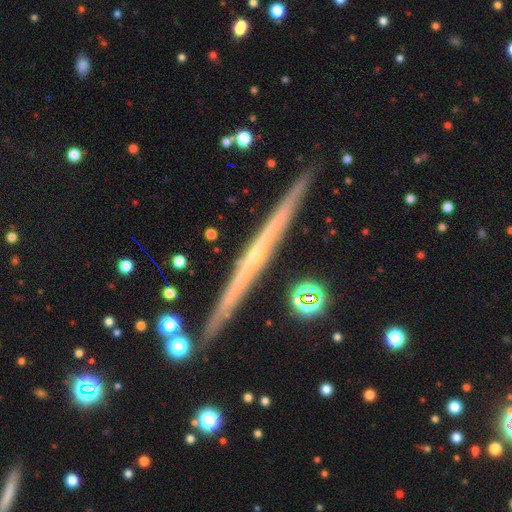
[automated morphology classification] smooth_or_featured: featured or disk (p=0.78) [alt: smooth p=0.15]
disk_edge_on: yes (p=0.98) [alt: no p=0.02]
edge_on_bulge: none (p=0.65) [alt: rounded p=0.31]
merging: none (p=0.90) [alt: minor disturbance p=0.07]